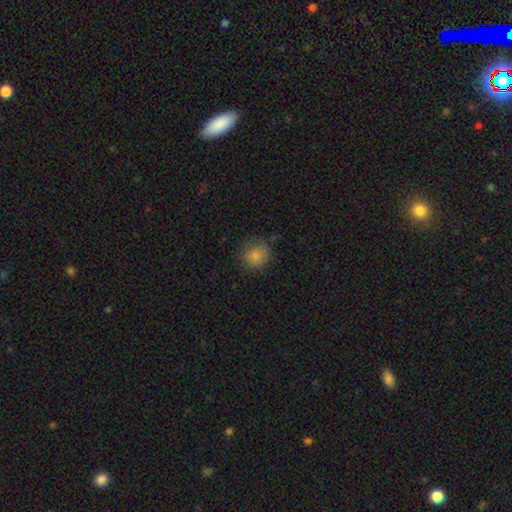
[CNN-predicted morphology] A smooth galaxy with no disk features (84%) that is round (87%). Merging: none (76%).